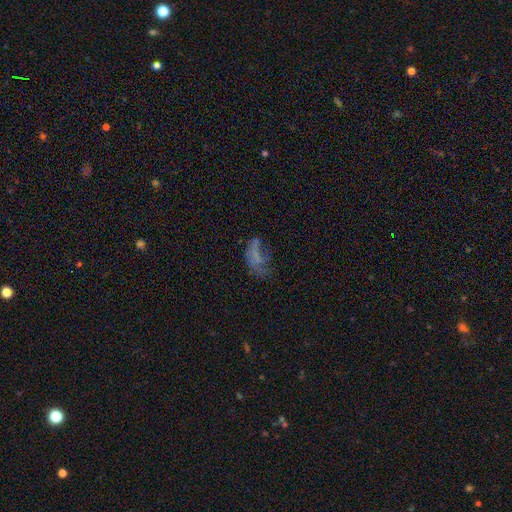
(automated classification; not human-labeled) Smooth or featured? smooth (40%)
Merging? major disturbance (43%)